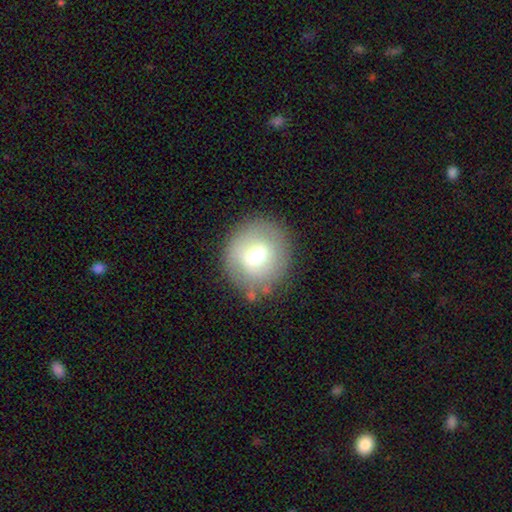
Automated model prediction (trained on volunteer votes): The model was most divided on "smooth or featured": smooth: 63%, featured or disk: 28%, star or artifact: 9%. More confident: how rounded — round (86%); merging — none (79%).